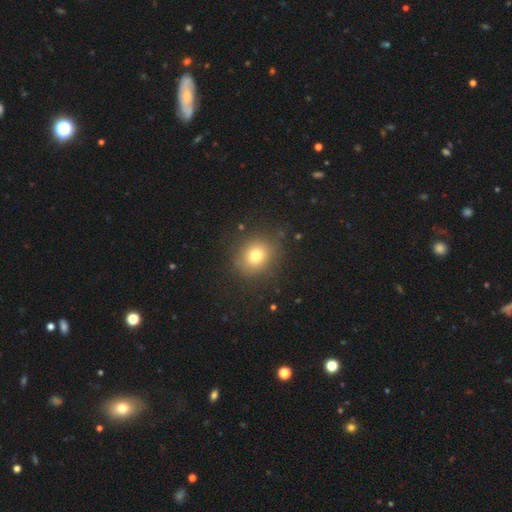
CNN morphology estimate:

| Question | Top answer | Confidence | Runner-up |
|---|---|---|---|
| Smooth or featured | smooth | 76% | star or artifact (14%) |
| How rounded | round | 78% | in between (21%) |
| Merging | none | 86% | minor disturbance (9%) |